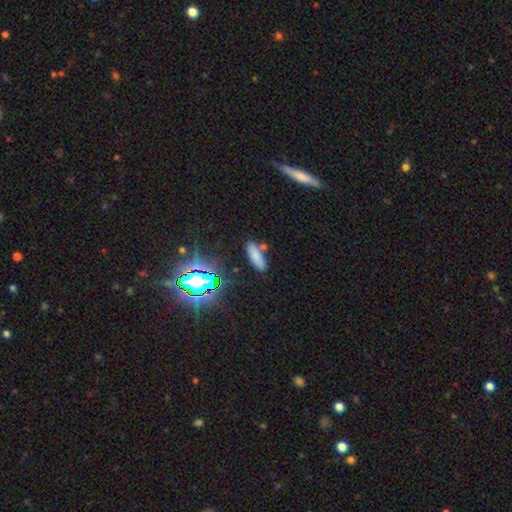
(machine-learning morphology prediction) A smooth galaxy with no disk features (73%) that is in between round and cigar-shaped (61%).

Vote fractions:
- Smooth or featured? smooth: 73% / star or artifact: 18% / featured or disk: 9%
- How rounded? in between: 61% / cigar-shaped: 35% / round: 3%
- Merging? none: 73% / minor disturbance: 12% / merger: 10% / major disturbance: 4%